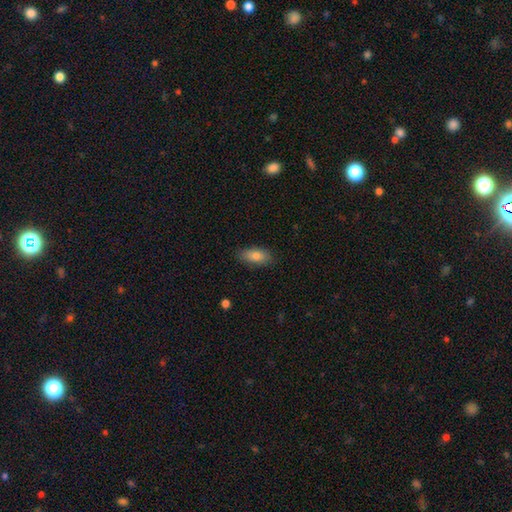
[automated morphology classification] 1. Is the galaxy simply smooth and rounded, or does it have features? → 81% smooth, 11% featured or disk, 8% star or artifact.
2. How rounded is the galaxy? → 86% in between, 11% cigar-shaped, 3% round.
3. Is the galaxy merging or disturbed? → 85% none, 12% minor disturbance, 2% major disturbance, 1% merger.